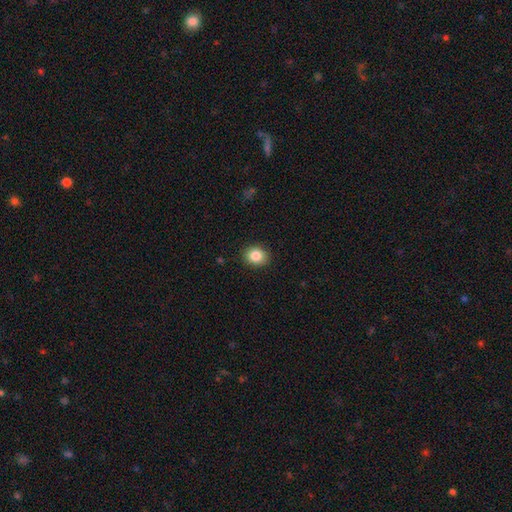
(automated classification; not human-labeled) smooth 85%, star or artifact 9%, featured or disk 5%. Down the decision tree: how rounded — round (59%); merging — none (90%).